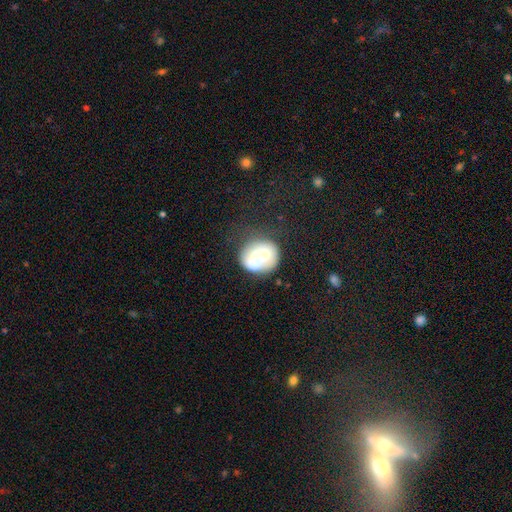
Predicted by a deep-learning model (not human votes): smooth 48%, featured or disk 43%, star or artifact 9%. Down the decision tree: merging — merger (55%).